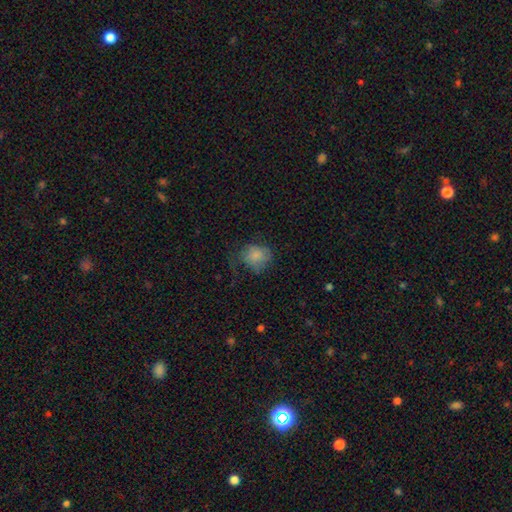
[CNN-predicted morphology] This is likely a smooth galaxy (75%). How rounded: likely round (63%). Merging: marginally none (43%).